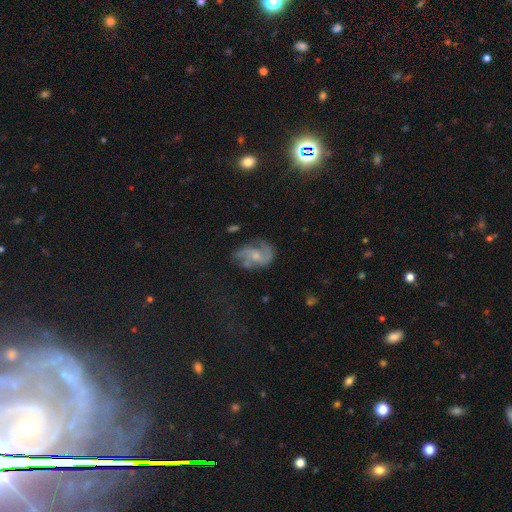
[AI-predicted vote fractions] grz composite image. It shows a featured or disk galaxy (74%) with no bar (66%), 2 (62%) medium (47%) spiral arms (91%) and a small central bulge (57%). Merging: none (55%).